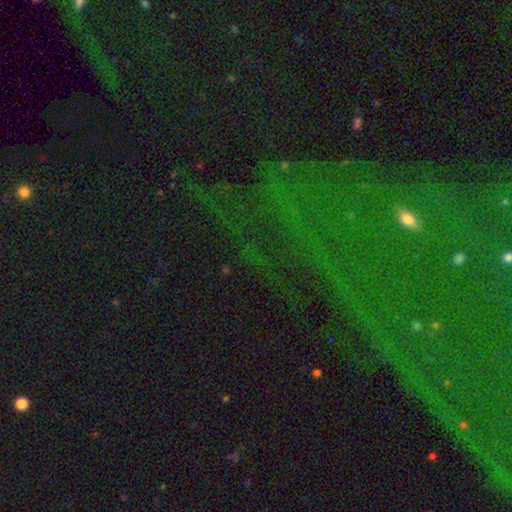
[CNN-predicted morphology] star or artifact 80%, smooth 10%, featured or disk 10%.